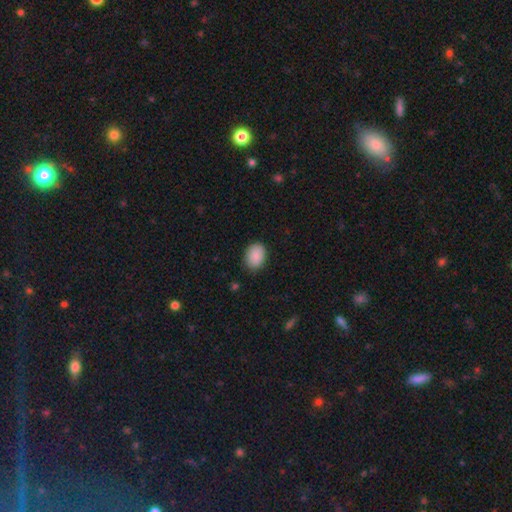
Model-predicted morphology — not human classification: type=smooth (88%); roundness=in between (69%); merging=none (85%).